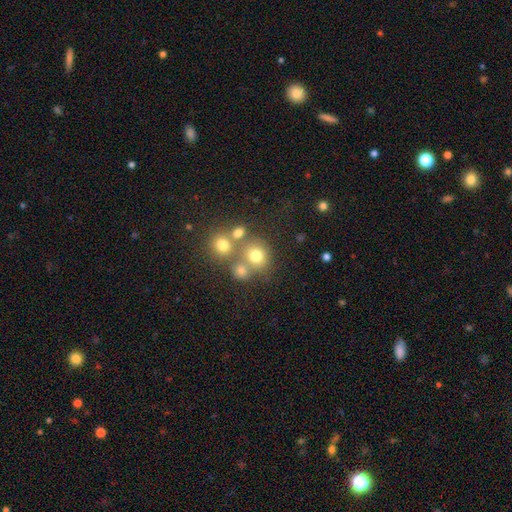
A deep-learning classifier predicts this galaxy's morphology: This is likely a smooth galaxy (72%). How rounded: clearly round (81%). Merging: possibly none (57%).